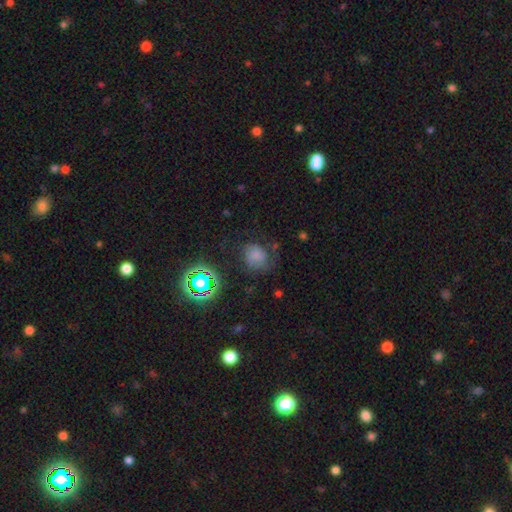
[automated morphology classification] type=smooth (50%); roundness=round (71%); merging=none (57%).